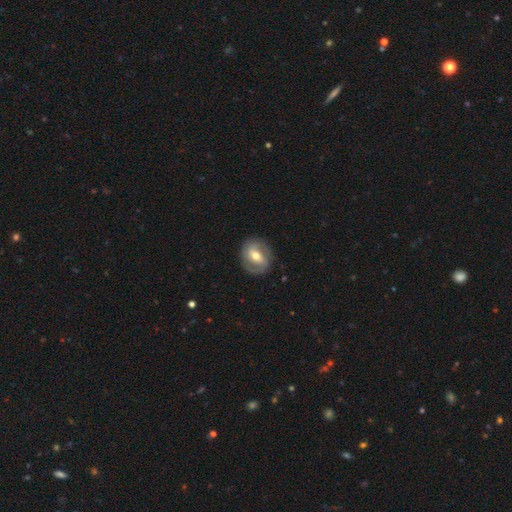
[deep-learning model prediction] This appears to be a featured or disk galaxy (67%) with a weak bar (42%), spiral arms (76%) and a moderate central bulge (71%). Merging: none (83%).